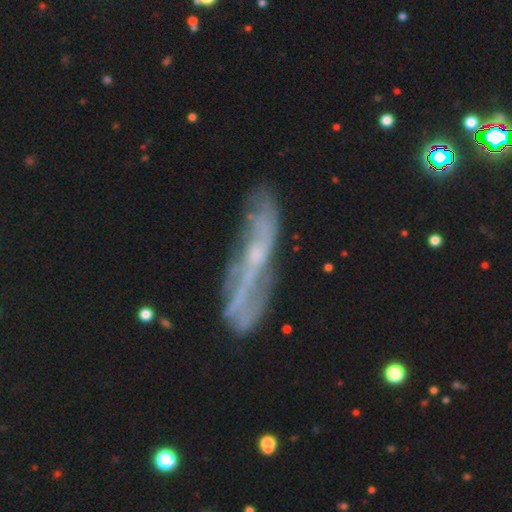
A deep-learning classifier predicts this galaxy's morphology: smooth_or_featured: featured or disk (p=0.66) [alt: smooth p=0.24]
disk_edge_on: no (p=0.53) [alt: yes p=0.47]
merging: none (p=0.54) [alt: minor disturbance p=0.22]